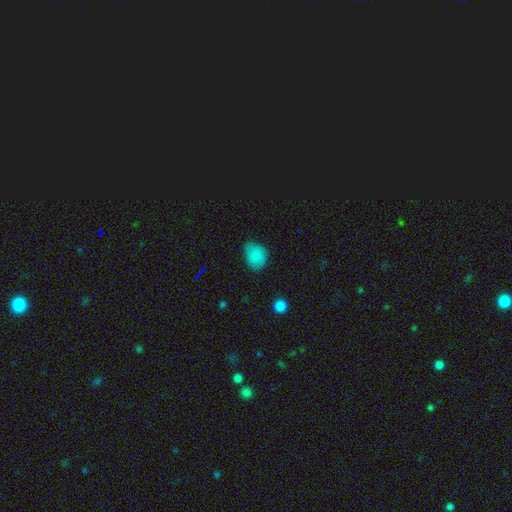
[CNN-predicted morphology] Smooth or featured: smooth — 77% (star or artifact — 12%)
How rounded: in between — 56% (round — 43%)
Merging: none — 60% (minor disturbance — 32%)